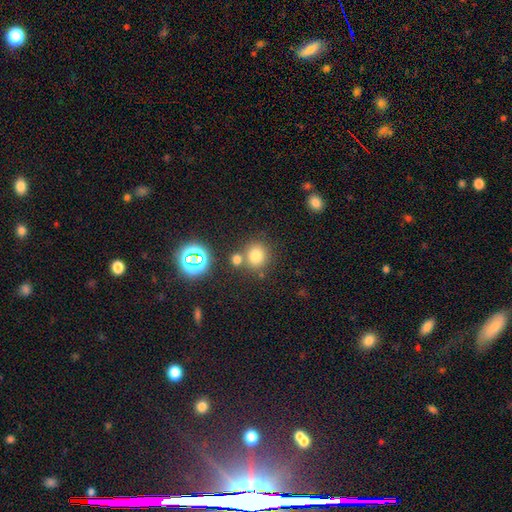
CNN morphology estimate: The model was most divided on "merging": none: 67%, merger: 21%, minor disturbance: 9%, major disturbance: 3%. More confident: how rounded — round (83%); smooth or featured — smooth (75%).